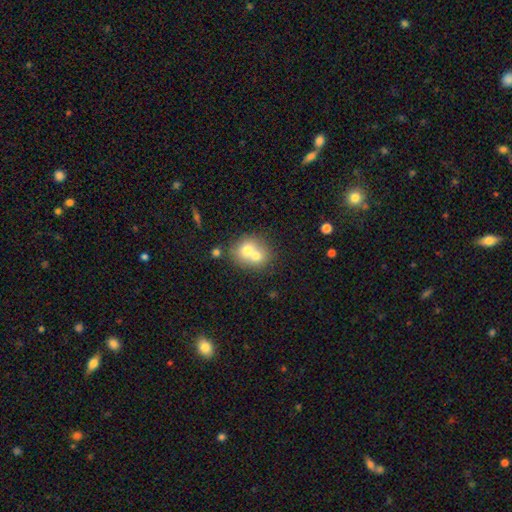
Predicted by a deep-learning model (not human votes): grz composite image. It shows a smooth galaxy with no disk features (66%) that is round (69%). Merging: merger (66%).